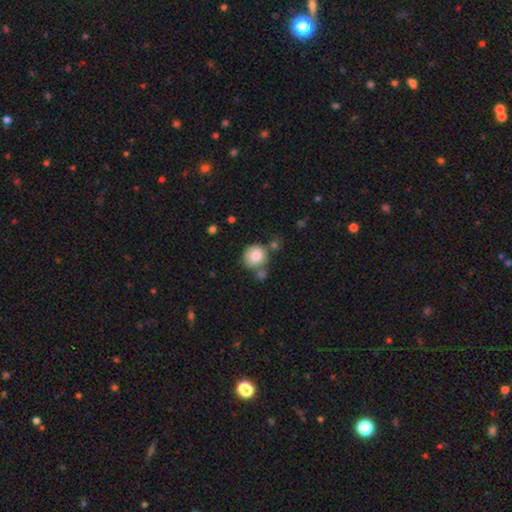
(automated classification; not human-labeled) This appears to be a smooth galaxy with no disk features (82%) that is round (89%). Merging: none (61%).